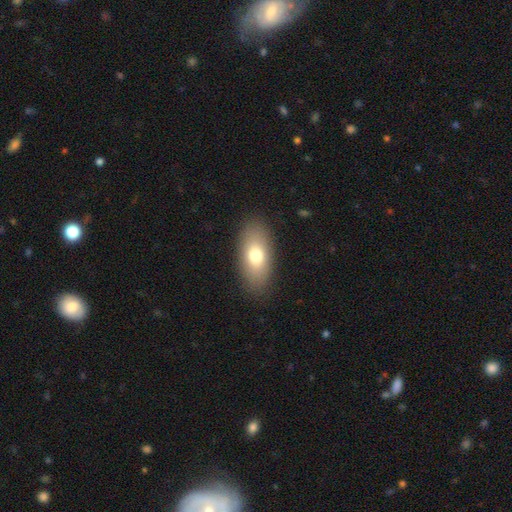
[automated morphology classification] Q: Smooth or featured?
A: smooth (73%); runner-up: featured or disk (19%)
Q: How rounded?
A: in between (89%); runner-up: cigar-shaped (7%)
Q: Merging?
A: none (87%); runner-up: minor disturbance (9%)